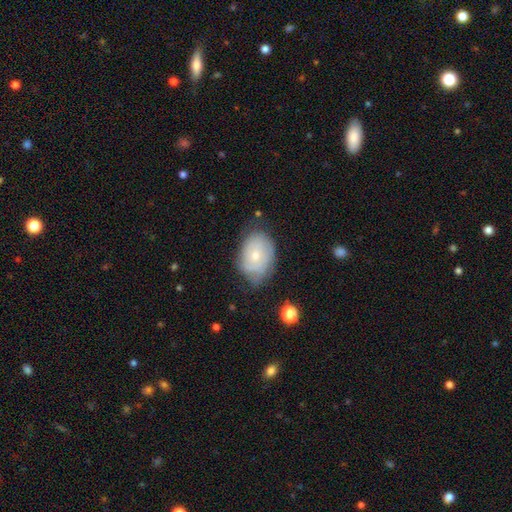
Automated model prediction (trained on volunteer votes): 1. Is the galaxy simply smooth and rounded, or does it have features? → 48% smooth, 44% featured or disk, 7% star or artifact.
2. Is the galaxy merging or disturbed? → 56% none, 33% minor disturbance, 10% major disturbance, 2% merger.